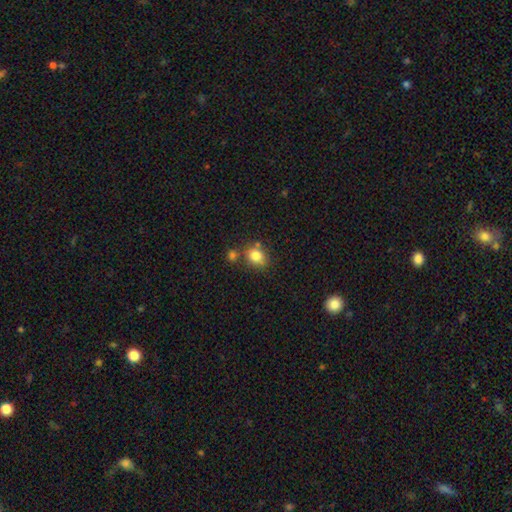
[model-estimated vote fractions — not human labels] Overall: smooth (80%). How rounded: round (61%; in between 38%). Merging: none (61%).